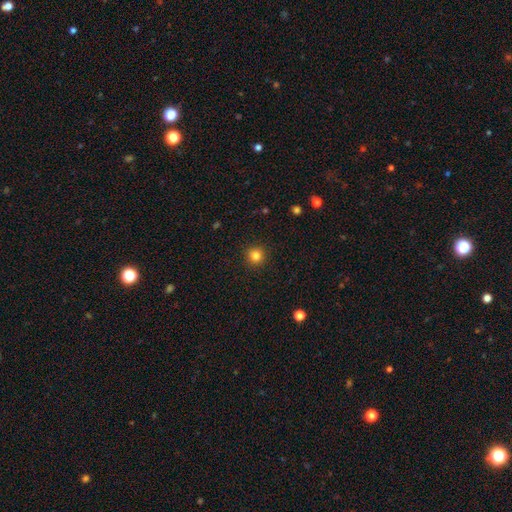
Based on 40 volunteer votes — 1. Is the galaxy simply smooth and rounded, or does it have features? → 88% smooth, 8% featured or disk, 5% star or artifact.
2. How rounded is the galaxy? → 97% round, 3% in between, 0% cigar-shaped.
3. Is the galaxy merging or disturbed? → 97% none, 3% merger, 0% minor disturbance, 0% major disturbance.